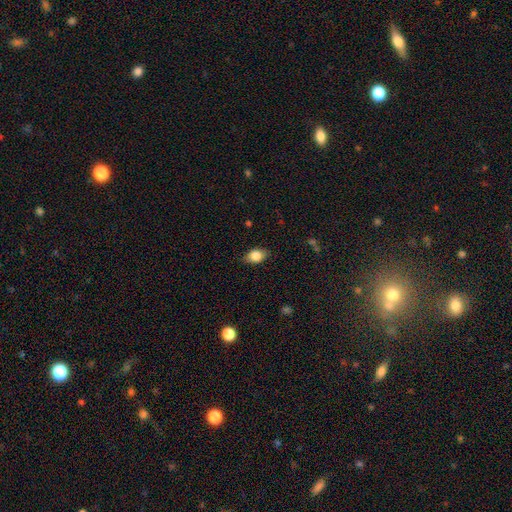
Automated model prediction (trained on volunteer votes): smooth-or-featured: smooth: 82% | featured or disk: 10% | star or artifact: 8%
  how-rounded: in between: 78% | round: 19% | cigar-shaped: 2%
  merging: none: 81% | minor disturbance: 15% | major disturbance: 3% | merger: 1%